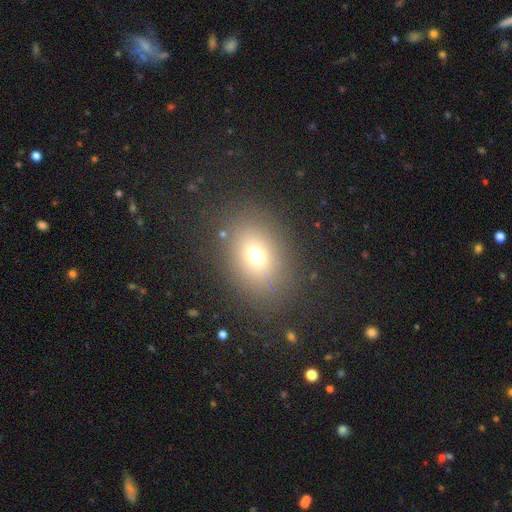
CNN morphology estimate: type=smooth (69%); roundness=in between (58%); merging=none (82%).